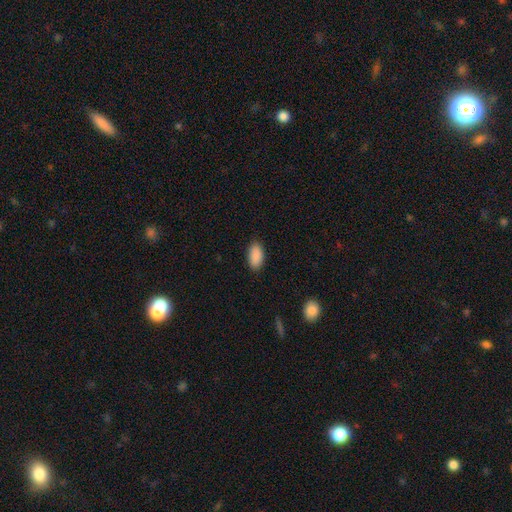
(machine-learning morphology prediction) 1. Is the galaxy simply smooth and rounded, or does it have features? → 90% smooth, 7% star or artifact, 3% featured or disk.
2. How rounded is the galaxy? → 94% in between, 3% cigar-shaped, 3% round.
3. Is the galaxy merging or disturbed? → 88% none, 9% minor disturbance, 2% major disturbance, 1% merger.